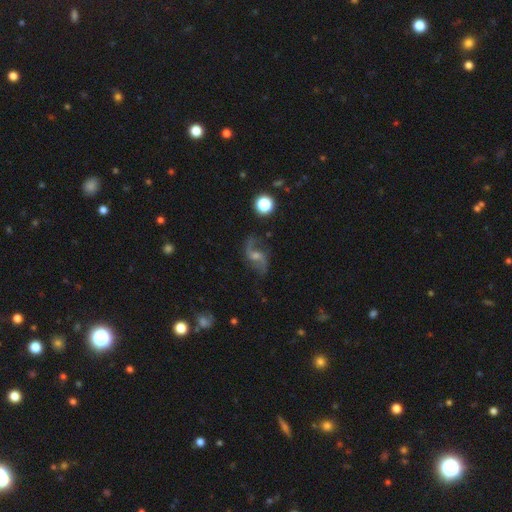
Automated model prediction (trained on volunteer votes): Smooth or featured: featured or disk — 84% (star or artifact — 8%)
Edge-on disk: no — 97% (yes — 3%)
Bar: weak — 46% (no — 40%)
Spiral arms: yes — 96% (no — 4%)
Spiral winding: loose — 78% (medium — 18%)
Spiral arm count: 2 — 93% (can't tell — 2%)
Bulge size: small — 46% (moderate — 41%)
Merging: none — 78% (minor disturbance — 13%)